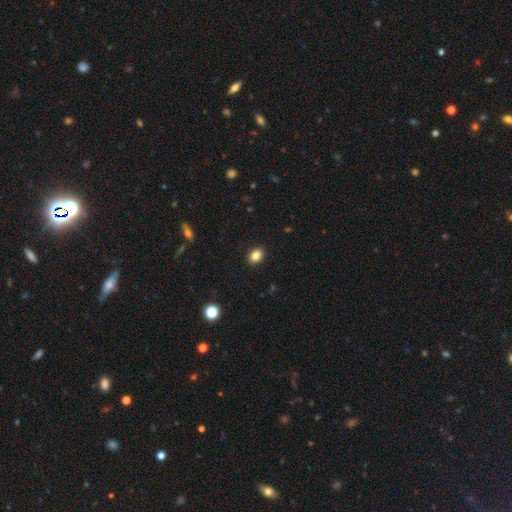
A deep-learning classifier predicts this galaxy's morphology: The model was most divided on "how rounded": in between: 53%, round: 47%, cigar-shaped: 1%. More confident: merging — none (91%); smooth or featured — smooth (84%).